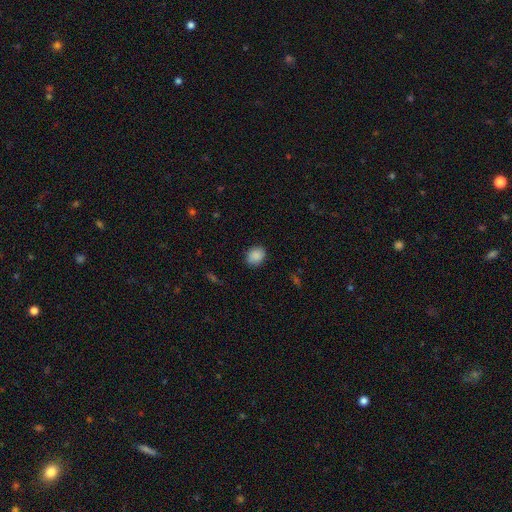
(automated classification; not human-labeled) Smooth or featured? Predicted: smooth (p=0.88). How rounded? Predicted: round (p=0.53). Merging? Predicted: none (p=0.86).